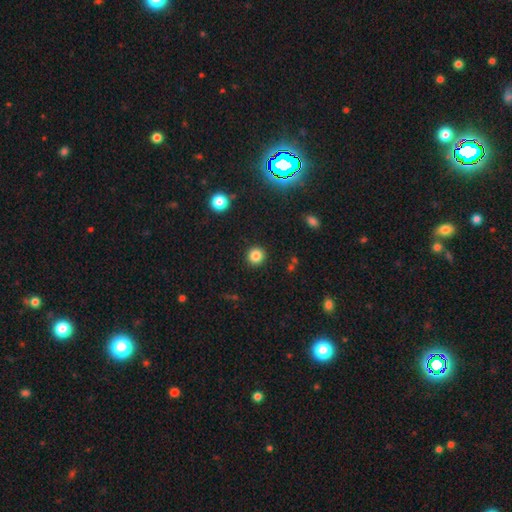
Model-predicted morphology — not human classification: A smooth galaxy with no disk features (83%) that is round (93%).

Vote fractions:
- Smooth or featured? smooth: 83% / star or artifact: 12% / featured or disk: 5%
- How rounded? round: 93% / in between: 7% / cigar-shaped: 1%
- Merging? none: 91% / minor disturbance: 5% / major disturbance: 2% / merger: 1%